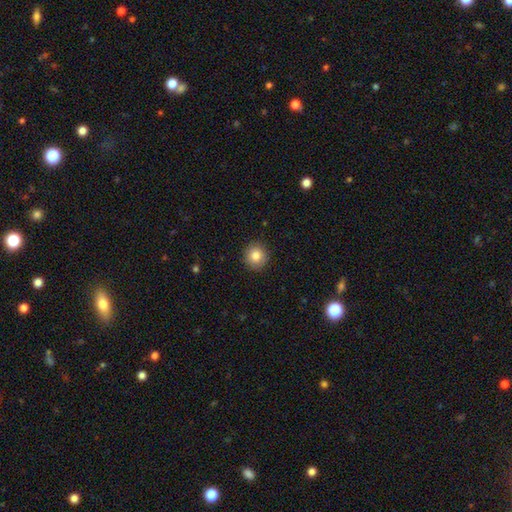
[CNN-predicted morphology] This appears to be a smooth galaxy with no disk features (83%) that is round (92%). Merging: none (91%).